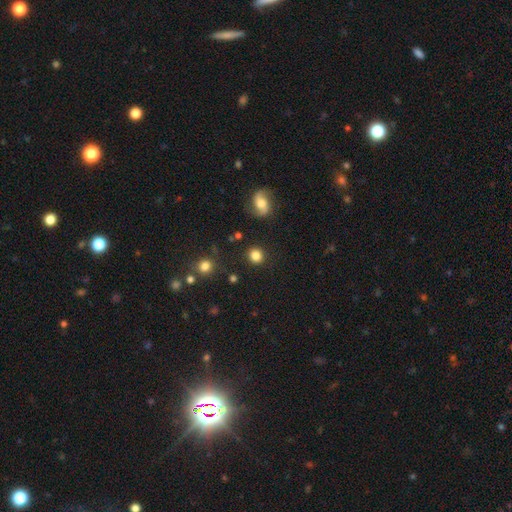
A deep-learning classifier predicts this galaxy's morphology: smooth 83%, star or artifact 10%, featured or disk 7%. Down the decision tree: how rounded — round (88%); merging — none (88%).